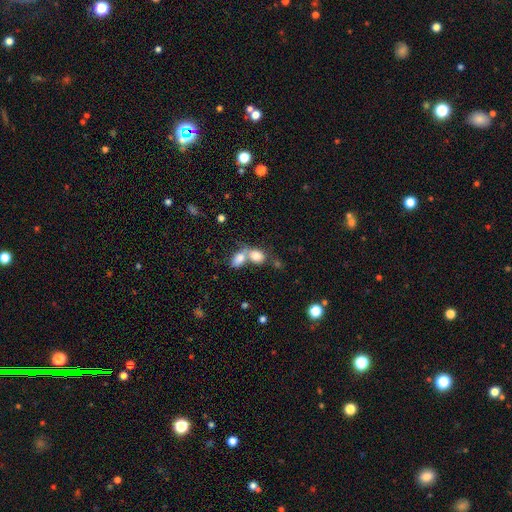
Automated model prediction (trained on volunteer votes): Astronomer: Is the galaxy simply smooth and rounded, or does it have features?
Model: smooth — 80%.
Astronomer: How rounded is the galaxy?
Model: in between — 68%.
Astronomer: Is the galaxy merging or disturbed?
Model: merger — 64%.